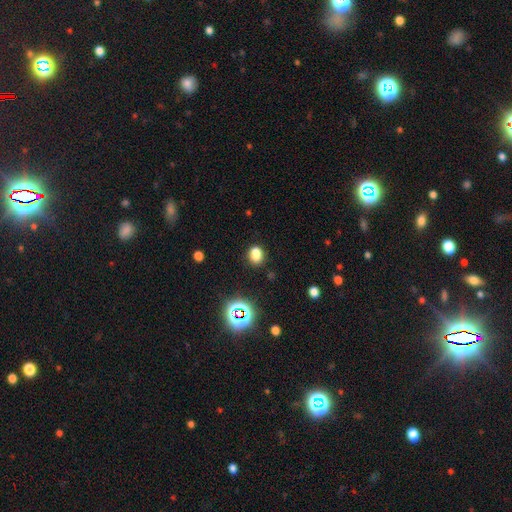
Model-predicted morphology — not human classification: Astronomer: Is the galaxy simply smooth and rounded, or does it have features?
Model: smooth — 76%.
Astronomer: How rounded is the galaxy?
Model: in between — 52% (runner-up: round, 47%).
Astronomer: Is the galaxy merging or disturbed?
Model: none — 80%.